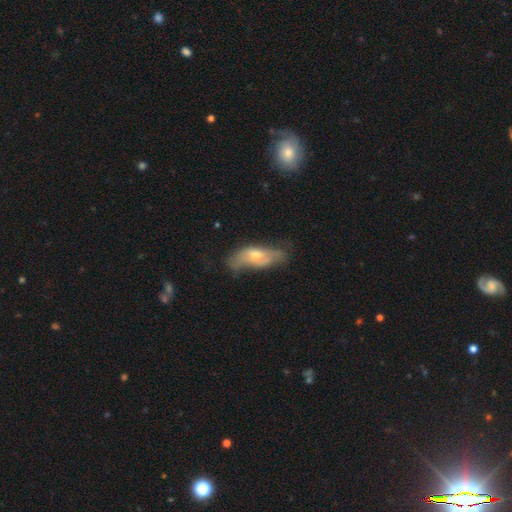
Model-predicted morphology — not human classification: smooth_or_featured: featured or disk (p=0.49) [alt: smooth p=0.44]
merging: none (p=0.47) [alt: minor disturbance p=0.34]